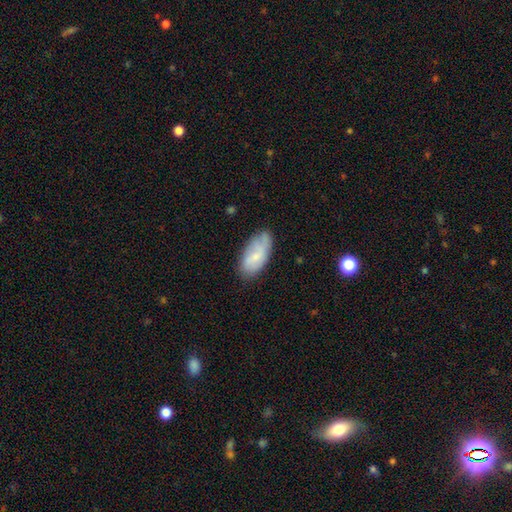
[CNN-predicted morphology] smooth_or_featured: smooth (p=0.64) [alt: featured or disk p=0.29]
how_rounded: in between (p=0.92) [alt: cigar-shaped p=0.05]
merging: none (p=0.65) [alt: minor disturbance p=0.27]